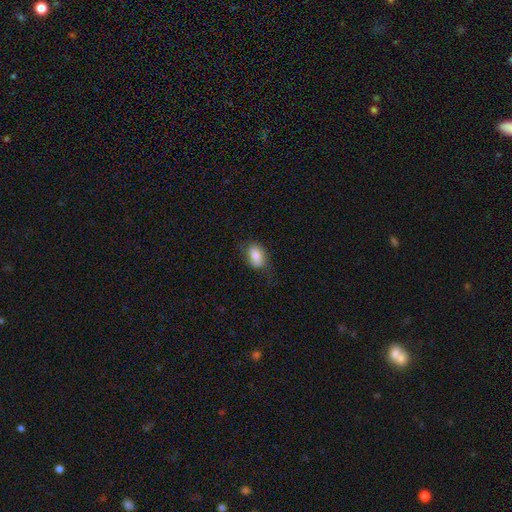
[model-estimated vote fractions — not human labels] Smooth or featured? smooth (78%)
How rounded? in between (85%)
Merging? none (65%)